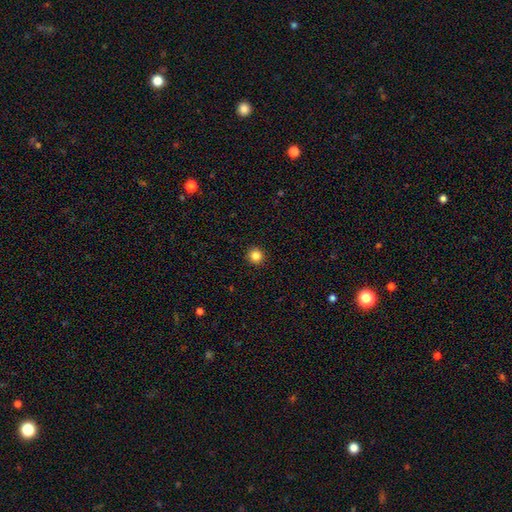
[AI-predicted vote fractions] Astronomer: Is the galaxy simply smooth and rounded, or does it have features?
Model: smooth — 84%.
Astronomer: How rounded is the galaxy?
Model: round — 95%.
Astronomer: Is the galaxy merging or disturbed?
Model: none — 93%.